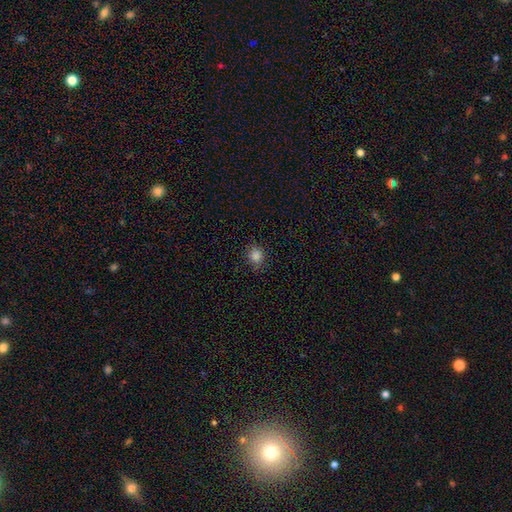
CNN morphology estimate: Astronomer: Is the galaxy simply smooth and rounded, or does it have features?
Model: smooth — 84%.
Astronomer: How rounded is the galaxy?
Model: round — 79%.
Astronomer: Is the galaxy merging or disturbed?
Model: none — 87%.